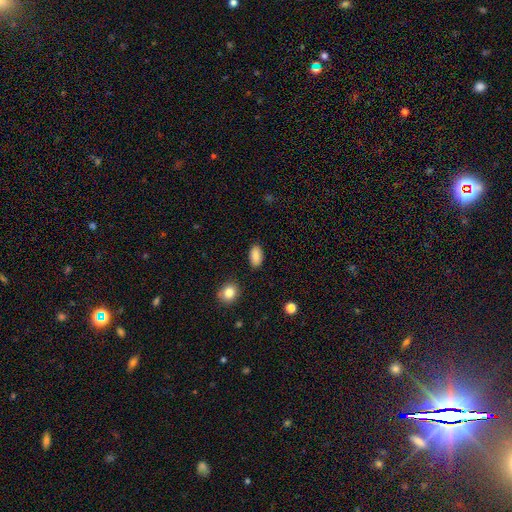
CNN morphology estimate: Smooth or featured?
  - smooth: 87% *
  - star or artifact: 7%
  - featured or disk: 6%
How rounded?
  - in between: 93% *
  - round: 5%
  - cigar-shaped: 2%
Merging?
  - none: 87% *
  - minor disturbance: 9%
  - major disturbance: 2%
  - merger: 2%